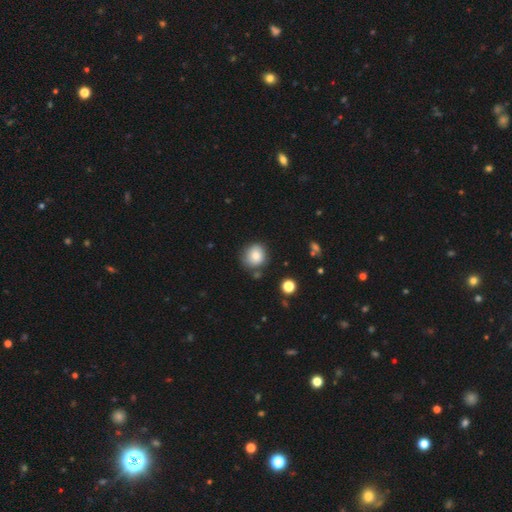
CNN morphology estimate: Smooth or featured?
  - smooth: 81% *
  - star or artifact: 10%
  - featured or disk: 10%
How rounded?
  - round: 84% *
  - in between: 15%
  - cigar-shaped: 1%
Merging?
  - none: 76% *
  - minor disturbance: 15%
  - merger: 5%
  - major disturbance: 3%